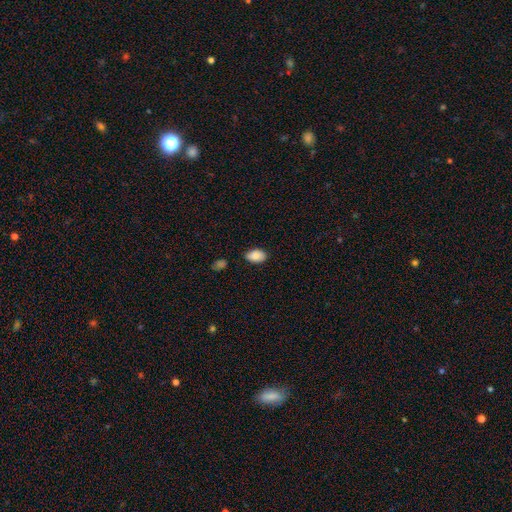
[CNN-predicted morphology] Smooth or featured: smooth — 87% (star or artifact — 8%)
How rounded: in between — 90% (round — 9%)
Merging: none — 77% (minor disturbance — 18%)